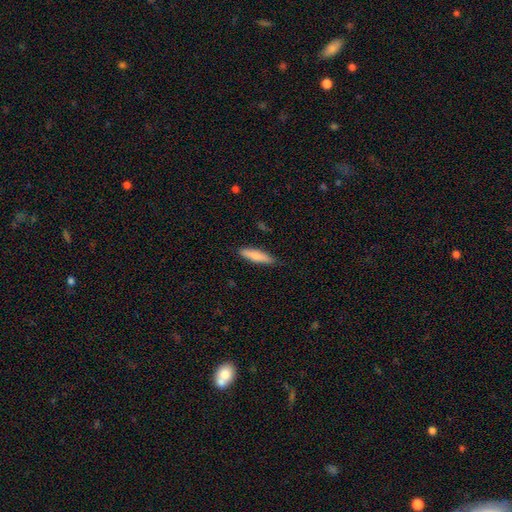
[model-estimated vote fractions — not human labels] Overall: smooth (78%). How rounded: cigar-shaped (79%). Merging: none (87%).